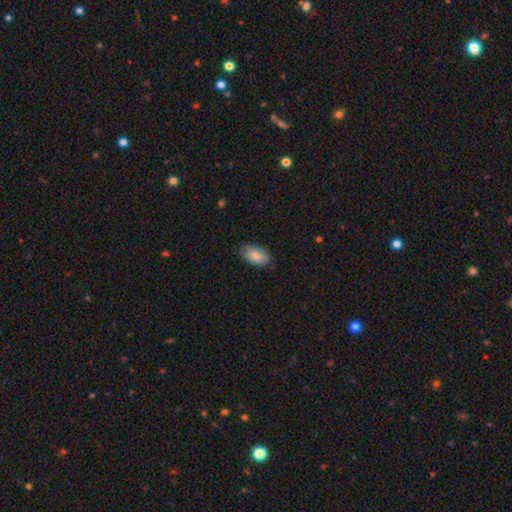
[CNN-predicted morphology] This is clearly a smooth galaxy (86%). How rounded: clearly in between (94%). Merging: clearly none (85%).